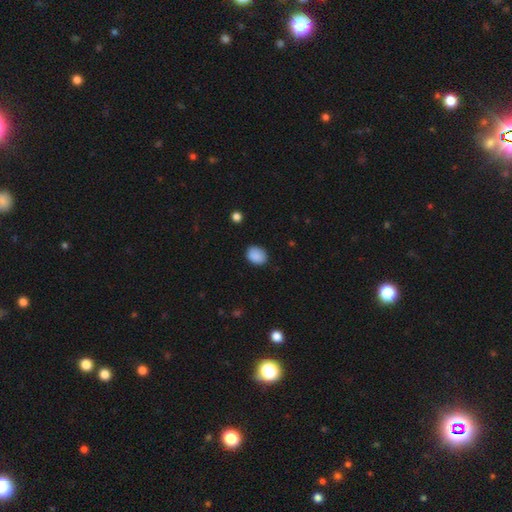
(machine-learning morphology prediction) smooth-or-featured: smooth: 89% | star or artifact: 8% | featured or disk: 3%
  how-rounded: in between: 55% | round: 44% | cigar-shaped: 1%
  merging: none: 83% | minor disturbance: 13% | major disturbance: 3% | merger: 1%